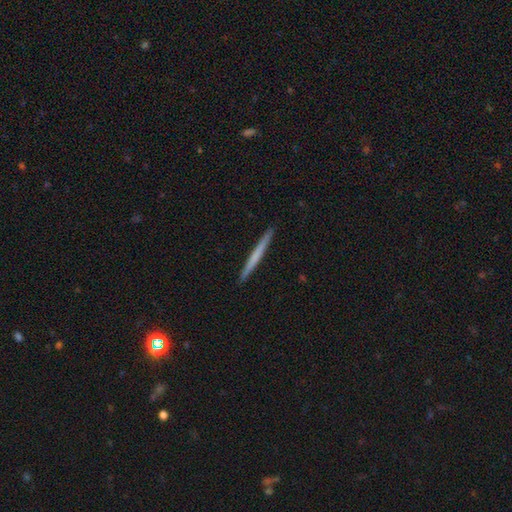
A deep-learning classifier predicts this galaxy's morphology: smooth 54%, featured or disk 41%, star or artifact 5%. Down the decision tree: how rounded — cigar-shaped (97%); merging — none (93%).